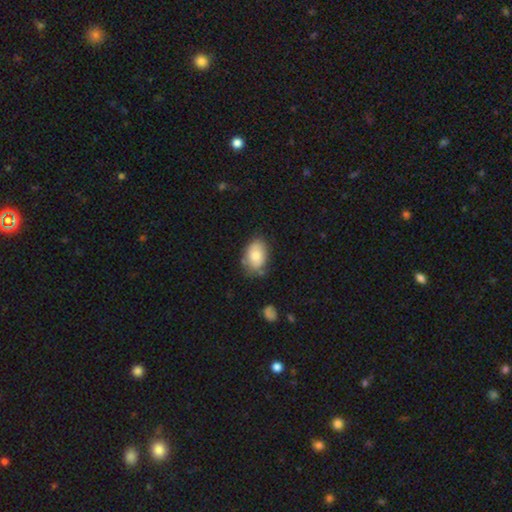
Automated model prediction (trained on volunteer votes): A smooth galaxy with no disk features (74%) that is in between round and cigar-shaped (82%). Merging: none (68%).